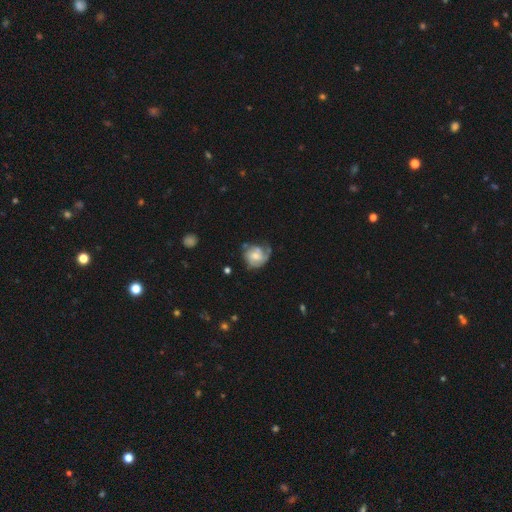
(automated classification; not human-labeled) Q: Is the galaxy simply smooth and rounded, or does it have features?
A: featured or disk — 64%.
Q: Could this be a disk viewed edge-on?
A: no — 98%.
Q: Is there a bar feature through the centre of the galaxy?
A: no — 54%.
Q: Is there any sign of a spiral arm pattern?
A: yes — 85%.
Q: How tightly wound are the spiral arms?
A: tight — 46%.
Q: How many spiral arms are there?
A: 2 — 36%.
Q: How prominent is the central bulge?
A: moderate — 49%.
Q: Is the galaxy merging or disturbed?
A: none — 49%.